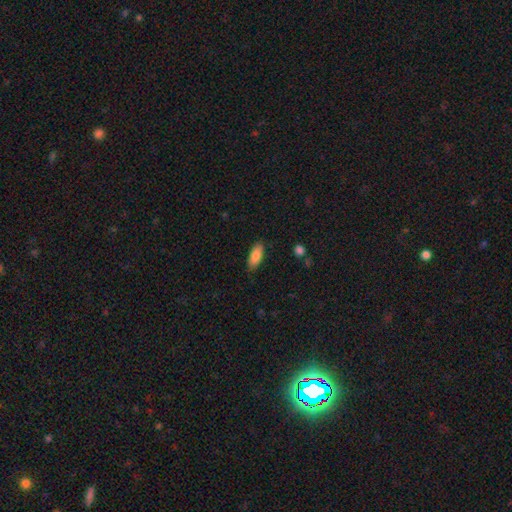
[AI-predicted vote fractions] Q: Smooth or featured?
A: smooth (85%); runner-up: featured or disk (9%)
Q: How rounded?
A: in between (80%); runner-up: cigar-shaped (18%)
Q: Merging?
A: none (86%); runner-up: minor disturbance (11%)